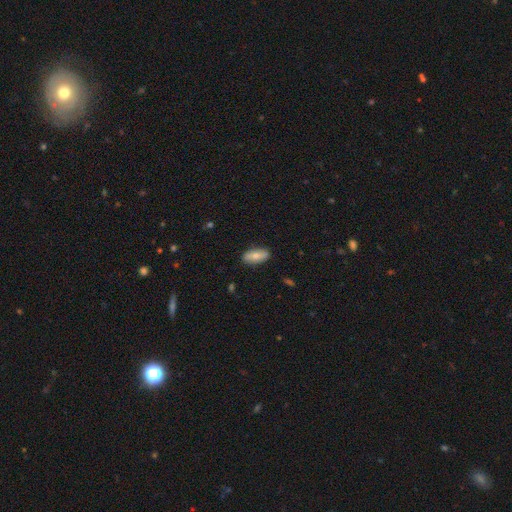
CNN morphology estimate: A smooth galaxy with no disk features (71%) that is in between round and cigar-shaped (84%). Merging: none (87%).